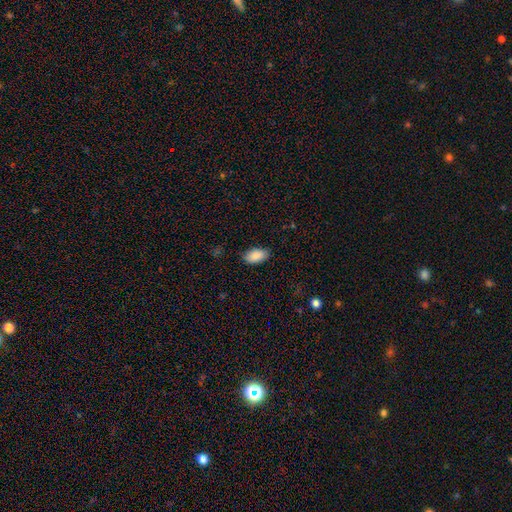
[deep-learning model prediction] A smooth galaxy with no disk features (89%) that is in between round and cigar-shaped (94%).

Vote fractions:
- Smooth or featured? smooth: 89% / star or artifact: 7% / featured or disk: 5%
- How rounded? in between: 94% / round: 4% / cigar-shaped: 2%
- Merging? none: 82% / minor disturbance: 14% / major disturbance: 3% / merger: 1%